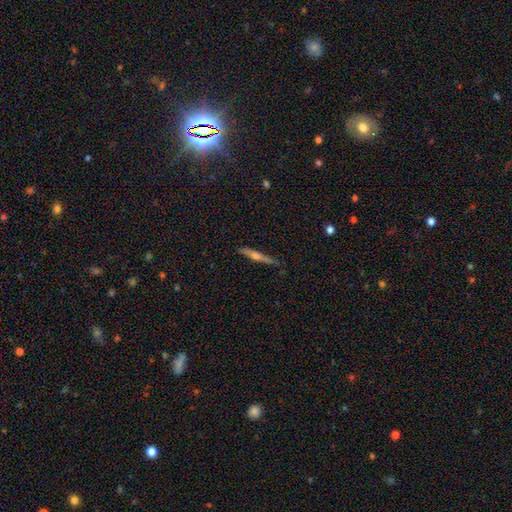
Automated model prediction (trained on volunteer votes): Smooth or featured? Predicted: featured or disk (p=0.63). Edge-on disk? Predicted: yes (p=0.97). Edge-on bulge? Predicted: rounded (p=0.75). Merging? Predicted: none (p=0.86).